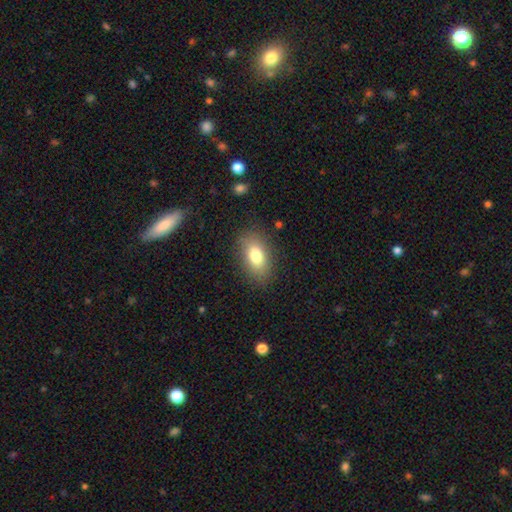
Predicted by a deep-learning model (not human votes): Overall: smooth (79%). How rounded: in between (89%). Merging: none (84%).